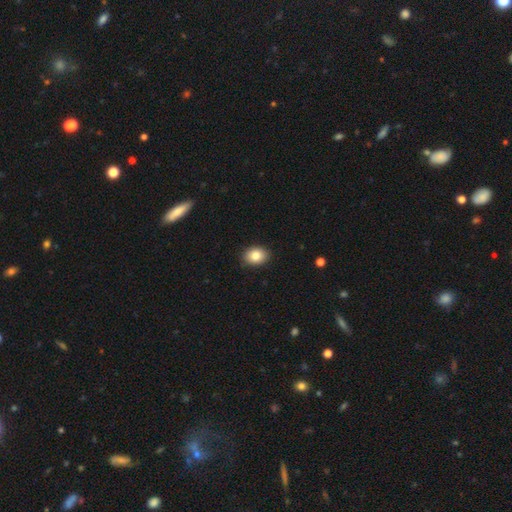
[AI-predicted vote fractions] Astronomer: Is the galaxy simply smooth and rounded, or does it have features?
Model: smooth — 83%.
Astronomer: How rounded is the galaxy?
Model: in between — 64%.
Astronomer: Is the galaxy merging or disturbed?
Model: none — 88%.